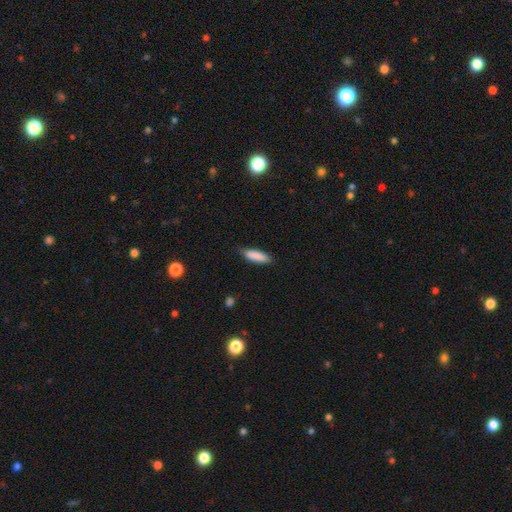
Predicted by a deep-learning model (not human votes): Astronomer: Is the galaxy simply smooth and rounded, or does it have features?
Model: smooth — 88%.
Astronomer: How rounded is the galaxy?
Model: cigar-shaped — 51% (runner-up: in between, 47%).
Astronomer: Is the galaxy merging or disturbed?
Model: none — 81%.